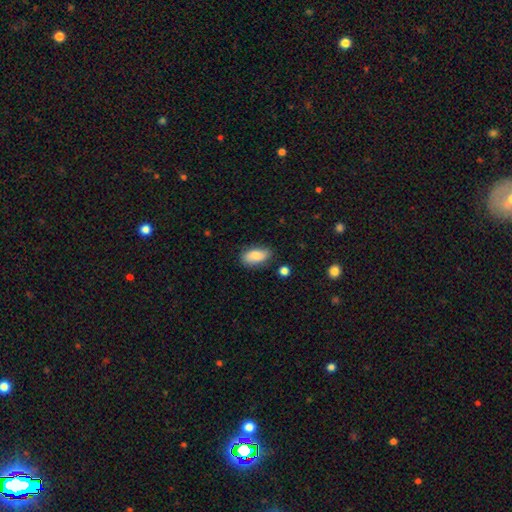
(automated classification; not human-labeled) Smooth or featured? Predicted: smooth (p=0.82). How rounded? Predicted: in between (p=0.91). Merging? Predicted: none (p=0.76).